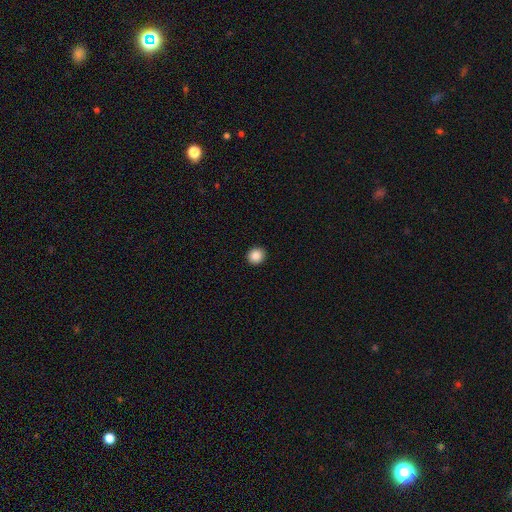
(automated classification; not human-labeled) smooth_or_featured: smooth (p=0.88) [alt: star or artifact p=0.09]
how_rounded: round (p=0.90) [alt: in between p=0.09]
merging: none (p=0.93) [alt: minor disturbance p=0.04]